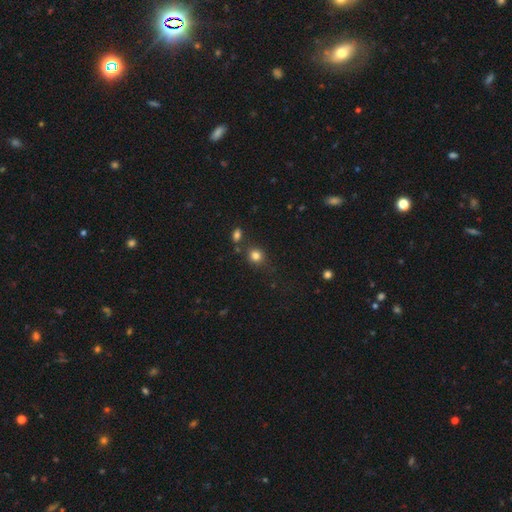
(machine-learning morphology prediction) A smooth galaxy with no disk features (80%) that is round (80%).

Vote fractions:
- Smooth or featured? smooth: 80% / star or artifact: 13% / featured or disk: 6%
- How rounded? round: 80% / in between: 19% / cigar-shaped: 1%
- Merging? none: 74% / minor disturbance: 13% / merger: 9% / major disturbance: 4%